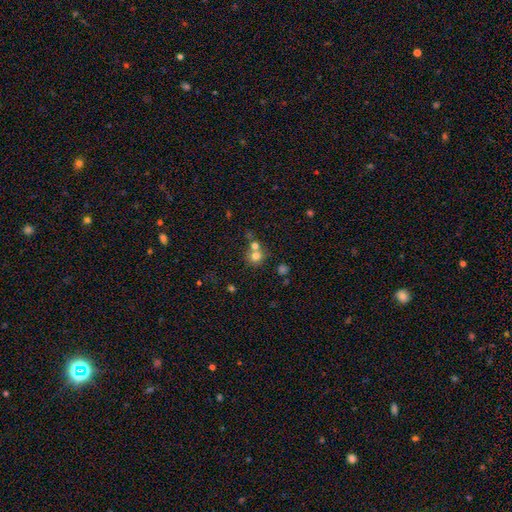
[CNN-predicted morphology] This appears to be a smooth galaxy with no disk features (74%) that is round (84%). Merging: merger (46%).